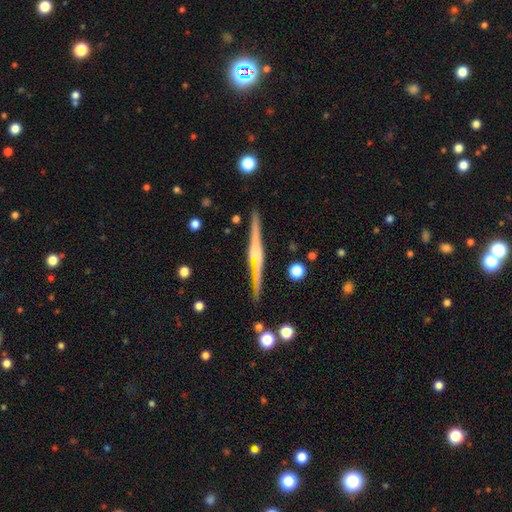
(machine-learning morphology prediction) Smooth or featured? Predicted: featured or disk (p=0.81). Edge-on disk? Predicted: yes (p=0.98). Edge-on bulge? Predicted: rounded (p=0.73). Merging? Predicted: none (p=0.88).